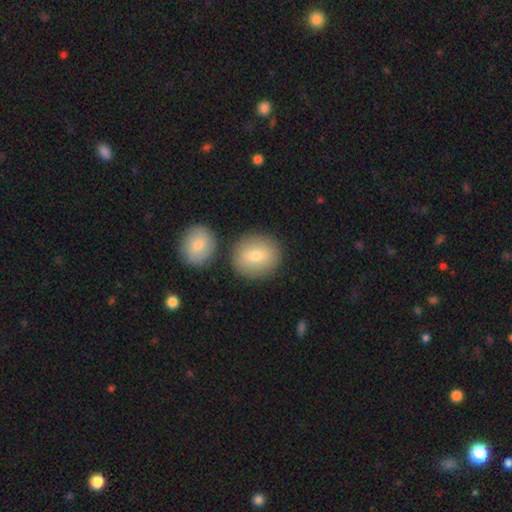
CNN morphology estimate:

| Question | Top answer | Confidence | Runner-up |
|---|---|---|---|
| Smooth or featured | smooth | 76% | featured or disk (16%) |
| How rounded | round | 85% | in between (14%) |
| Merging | none | 78% | merger (12%) |